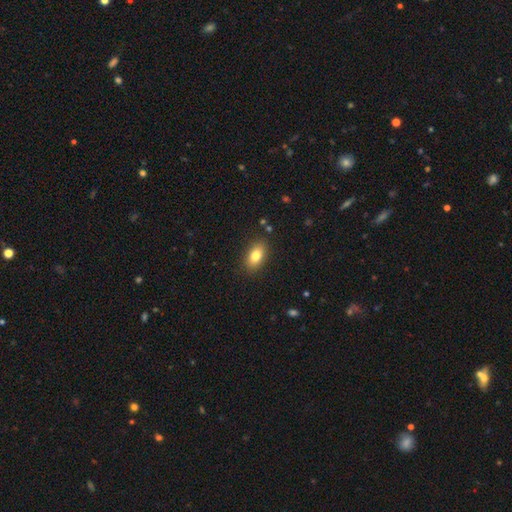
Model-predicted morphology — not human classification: Q: Smooth or featured?
A: smooth (81%); runner-up: featured or disk (11%)
Q: How rounded?
A: in between (88%); runner-up: round (8%)
Q: Merging?
A: none (87%); runner-up: minor disturbance (9%)